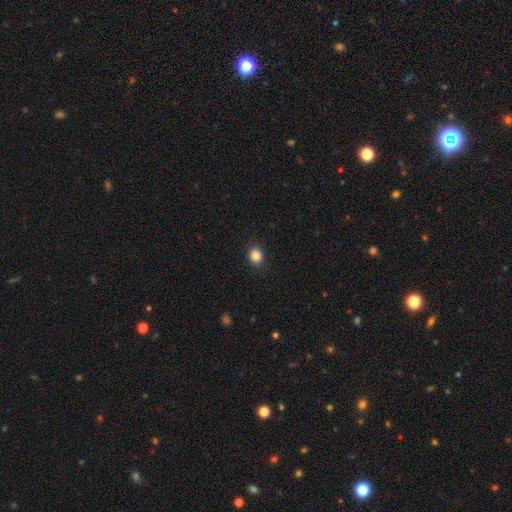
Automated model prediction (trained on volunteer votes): A smooth galaxy with no disk features (86%) that is round (65%).

Vote fractions:
- Smooth or featured? smooth: 86% / star or artifact: 11% / featured or disk: 4%
- How rounded? round: 65% / in between: 34% / cigar-shaped: 1%
- Merging? none: 88% / minor disturbance: 8% / major disturbance: 2% / merger: 1%